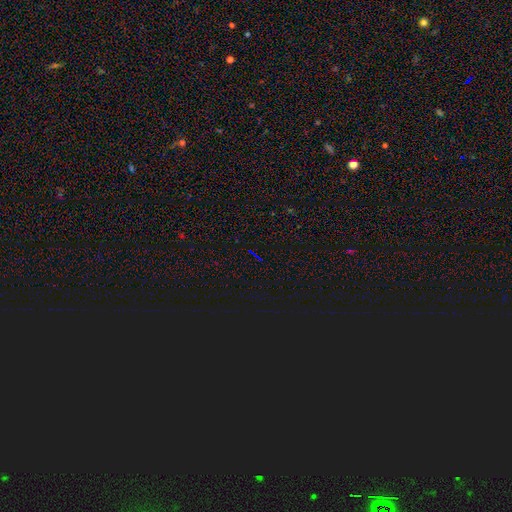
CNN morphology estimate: A star or artifact, not a galaxy (78%).